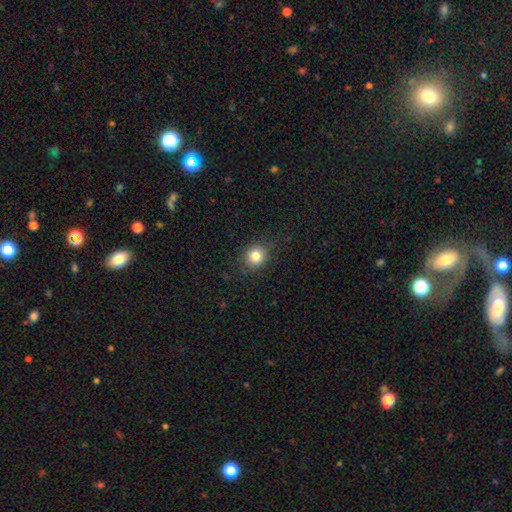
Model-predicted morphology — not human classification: type=smooth (82%); roundness=round (81%); merging=none (87%).